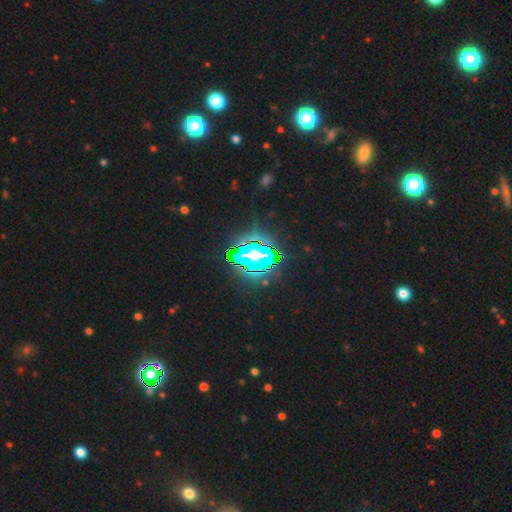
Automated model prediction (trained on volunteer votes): star or artifact 66%, smooth 18%, featured or disk 16%.